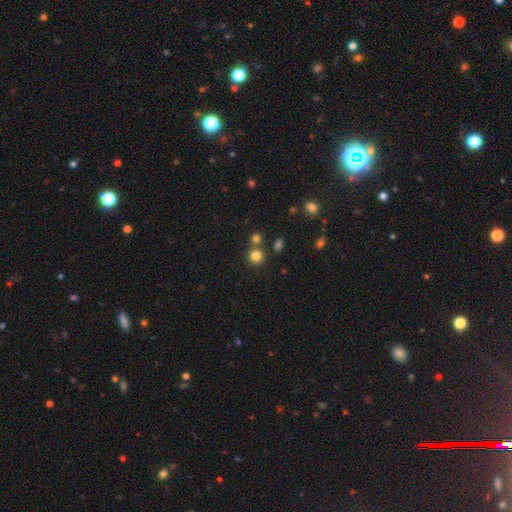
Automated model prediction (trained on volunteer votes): smooth_or_featured: smooth (p=0.81) [alt: star or artifact p=0.13]
how_rounded: round (p=0.91) [alt: in between p=0.08]
merging: none (p=0.74) [alt: merger p=0.16]